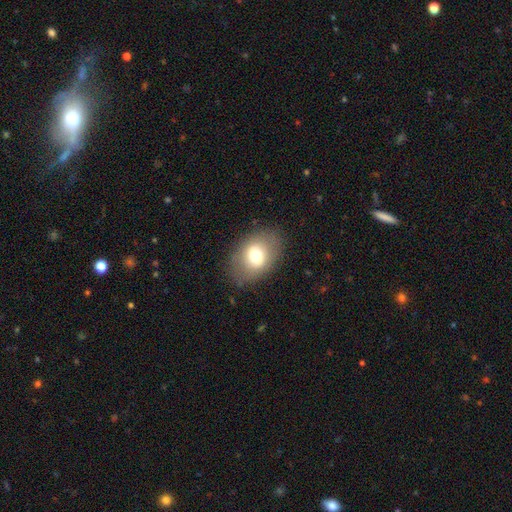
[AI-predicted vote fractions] Smooth or featured: smooth — 69% (featured or disk — 22%)
How rounded: in between — 77% (round — 22%)
Merging: none — 80% (minor disturbance — 13%)